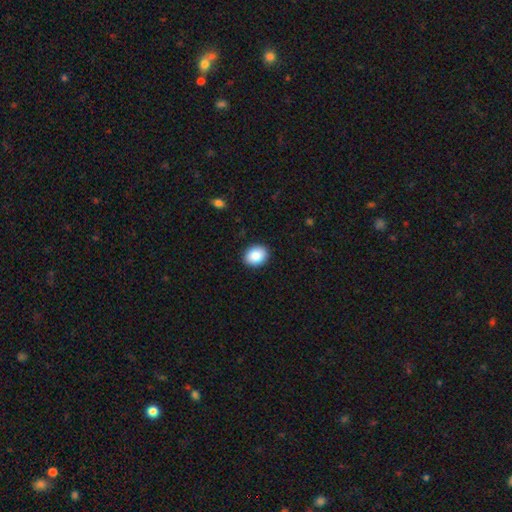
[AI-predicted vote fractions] A smooth galaxy with no disk features (88%) that is in between round and cigar-shaped (50%). Merging: none (91%).